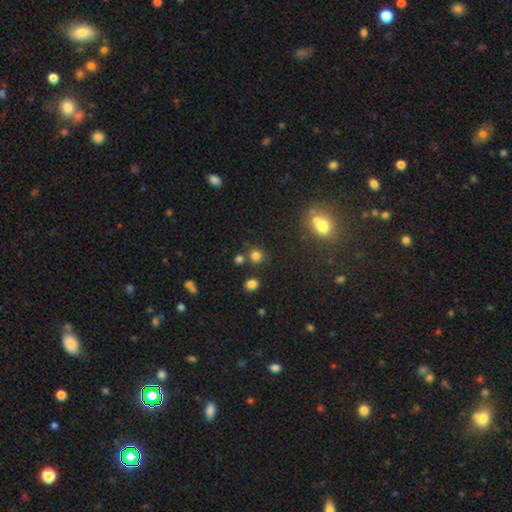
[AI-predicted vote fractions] Q: Smooth or featured?
A: smooth (78%); runner-up: star or artifact (17%)
Q: How rounded?
A: round (88%); runner-up: in between (11%)
Q: Merging?
A: none (76%); runner-up: merger (12%)